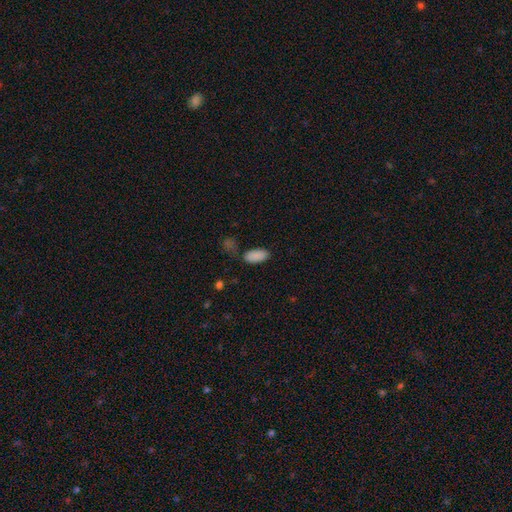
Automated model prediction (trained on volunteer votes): A smooth galaxy with no disk features (88%) that is in between round and cigar-shaped (92%). Merging: none (75%).